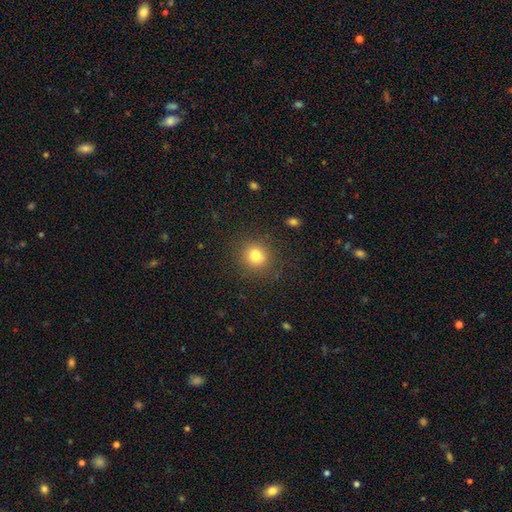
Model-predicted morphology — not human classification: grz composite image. It shows a smooth galaxy with no disk features (80%) that is round (84%). Merging: none (85%).